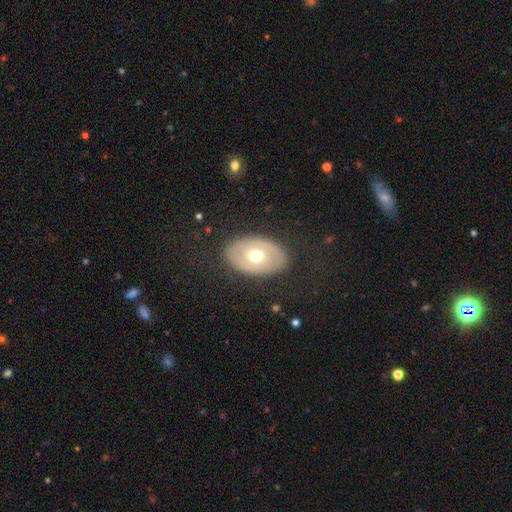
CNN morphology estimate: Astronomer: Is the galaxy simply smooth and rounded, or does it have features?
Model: smooth — 48% (runner-up: featured or disk, 45%).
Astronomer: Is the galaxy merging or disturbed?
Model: none — 85%.